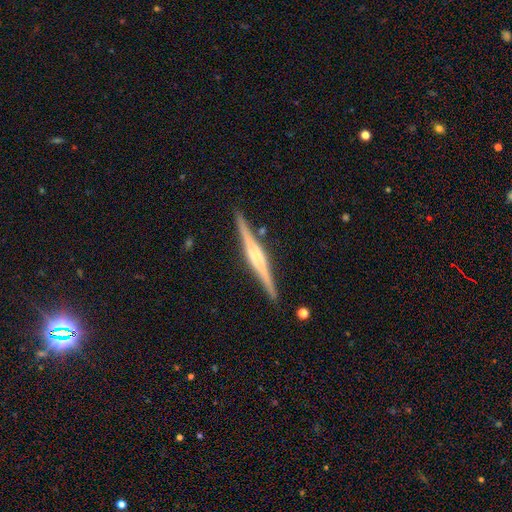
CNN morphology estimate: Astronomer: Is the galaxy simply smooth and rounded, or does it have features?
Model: featured or disk — 82%.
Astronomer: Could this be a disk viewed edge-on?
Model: yes — 98%.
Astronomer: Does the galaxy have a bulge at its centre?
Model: rounded — 62%.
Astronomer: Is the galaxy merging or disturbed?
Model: none — 90%.